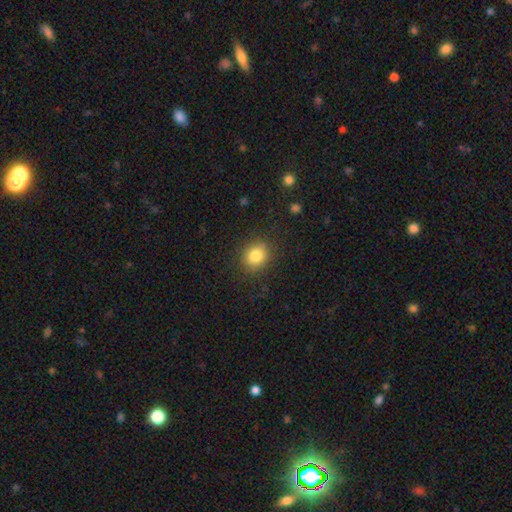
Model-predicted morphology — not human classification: Smooth or featured: smooth — 83% (star or artifact — 10%)
How rounded: round — 69% (in between — 30%)
Merging: none — 87% (minor disturbance — 9%)